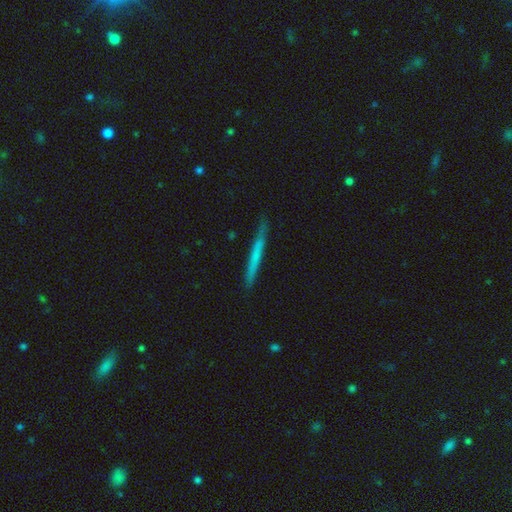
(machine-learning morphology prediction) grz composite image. It shows a smooth galaxy with no disk features (55%) that is cigar-shaped (97%). Merging: none (87%).